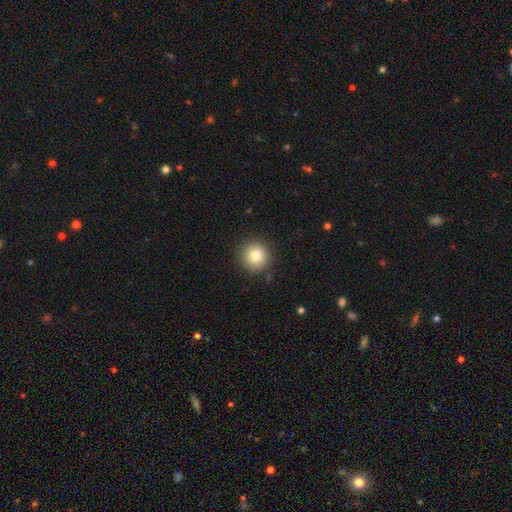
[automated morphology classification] type=smooth (81%); roundness=round (95%); merging=none (90%).